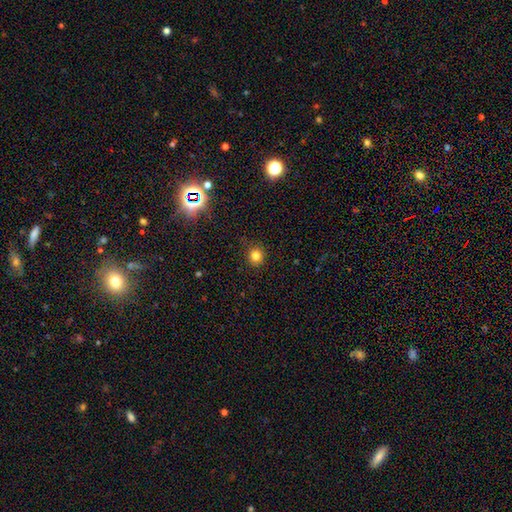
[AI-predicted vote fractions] The model was most divided on "smooth or featured": smooth: 79%, star or artifact: 15%, featured or disk: 5%. More confident: how rounded — round (89%); merging — none (89%).